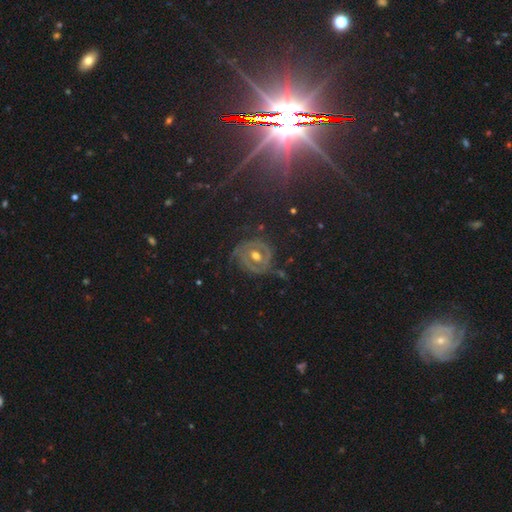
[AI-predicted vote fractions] A featured or disk galaxy (66%) with no bar (43%), spiral arms (70%) and a moderate central bulge (78%).

Vote fractions:
- Smooth or featured? featured or disk: 66% / star or artifact: 18% / smooth: 16%
- Edge-on disk? no: 95% / yes: 5%
- Bar? no: 43% / weak: 38% / strong: 19%
- Spiral arms? yes: 70% / no: 30%
- Bulge size? moderate: 78% / small: 13% / large: 6% / none: 1% / dominant: 1%
- Merging? none: 74% / minor disturbance: 16% / major disturbance: 8% / merger: 2%